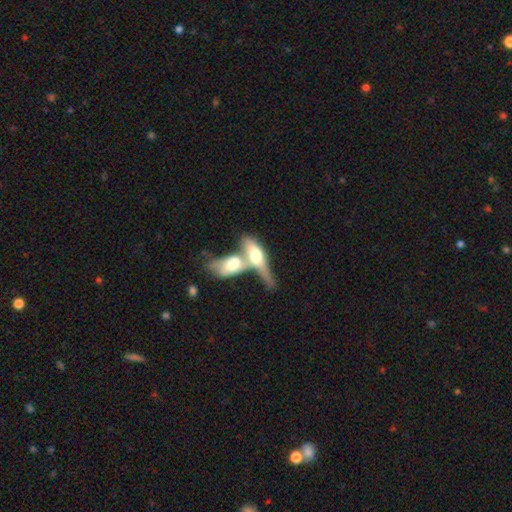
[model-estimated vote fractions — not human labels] Smooth or featured: smooth — 48% (featured or disk — 46%)
Merging: merger — 73% (none — 13%)